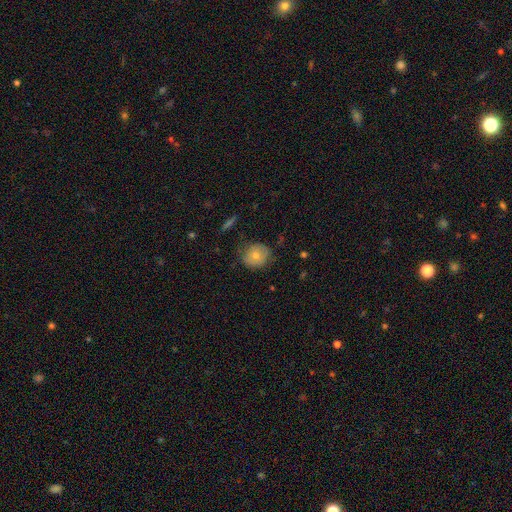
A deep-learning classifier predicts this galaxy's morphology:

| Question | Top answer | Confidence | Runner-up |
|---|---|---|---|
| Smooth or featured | smooth | 69% | featured or disk (23%) |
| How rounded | round | 79% | in between (20%) |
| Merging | none | 71% | minor disturbance (22%) |